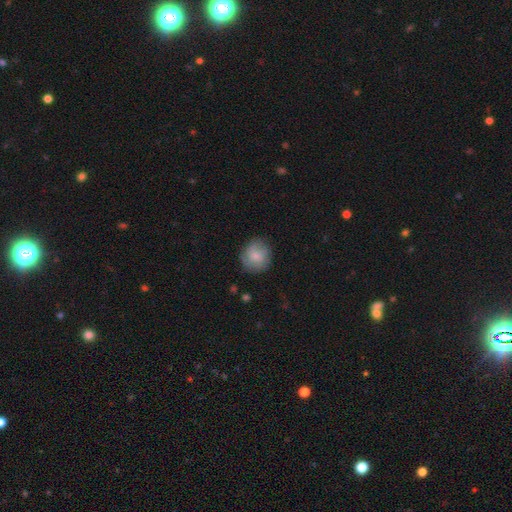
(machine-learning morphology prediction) smooth_or_featured: smooth (p=0.75) [alt: featured or disk p=0.18]
how_rounded: round (p=0.87) [alt: in between p=0.12]
merging: none (p=0.79) [alt: minor disturbance p=0.16]